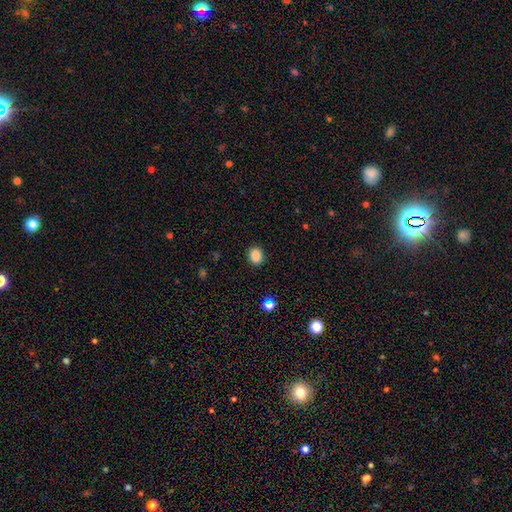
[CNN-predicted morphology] This appears to be a smooth galaxy with no disk features (86%) that is round (55%). Merging: none (90%).